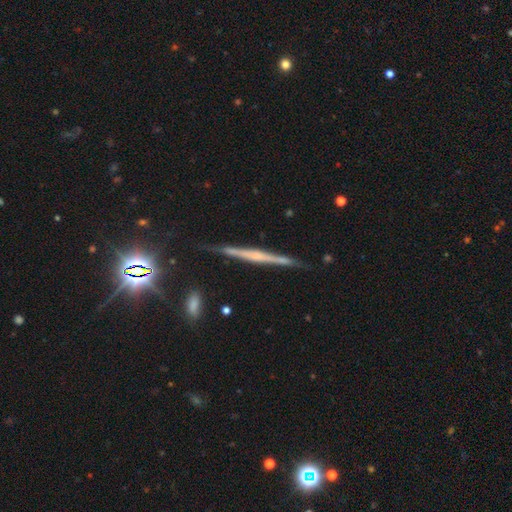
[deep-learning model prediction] smooth-or-featured: featured or disk: 70% | smooth: 19% | star or artifact: 10%
  disk-edge-on: yes: 97% | no: 3%
    edge-on-bulge: none: 46% | rounded: 35% | boxy: 18%
  merging: none: 84% | minor disturbance: 11% | major disturbance: 2% | merger: 2%